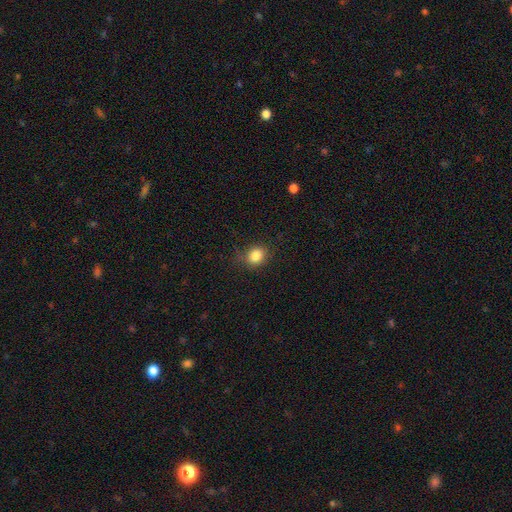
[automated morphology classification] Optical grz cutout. It shows a smooth galaxy with no disk features (84%) that is round (66%). Merging: none (80%).